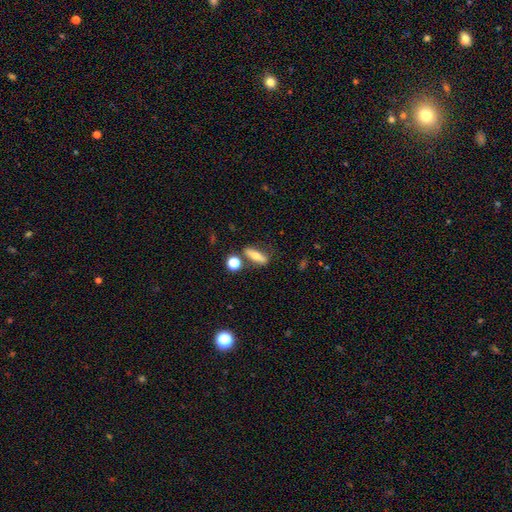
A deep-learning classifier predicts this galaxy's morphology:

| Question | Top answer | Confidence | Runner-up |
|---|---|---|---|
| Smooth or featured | smooth | 62% | featured or disk (28%) |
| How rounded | in between | 47% | cigar-shaped (45%) |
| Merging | none | 68% | minor disturbance (15%) |